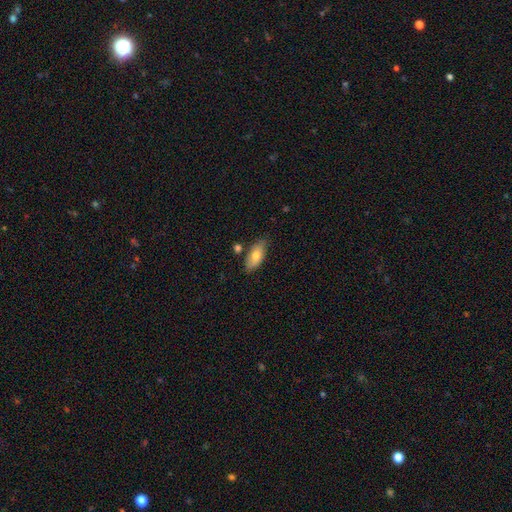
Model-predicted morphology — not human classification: A smooth galaxy with no disk features (75%) that is in between round and cigar-shaped (86%). Merging: none (76%).